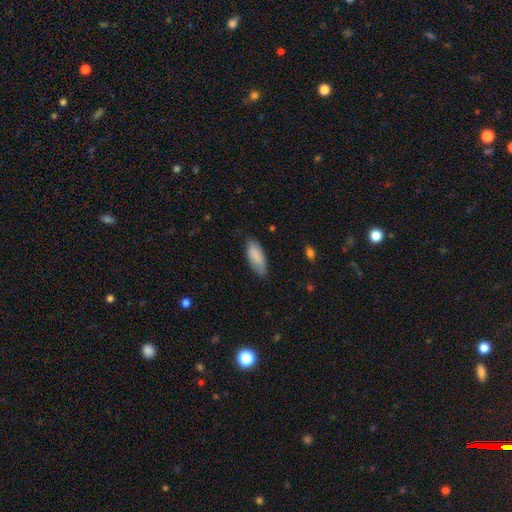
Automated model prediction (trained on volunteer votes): The model was most divided on "merging": none: 77%, minor disturbance: 19%, major disturbance: 3%, merger: 1%. More confident: smooth or featured — smooth (87%); how rounded — in between (81%).